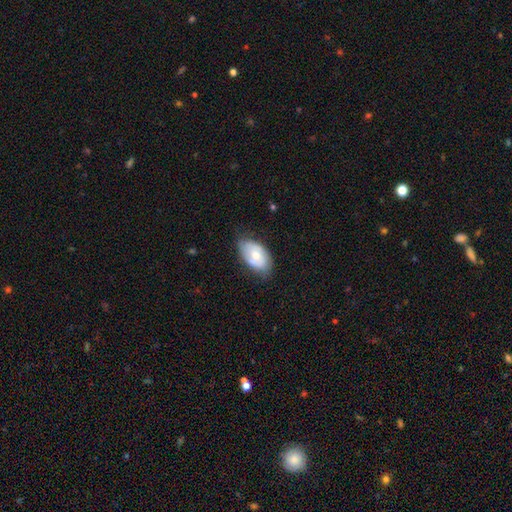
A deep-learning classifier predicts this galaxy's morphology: Smooth or featured: smooth — 57% (featured or disk — 37%)
How rounded: in between — 93% (round — 5%)
Merging: none — 67% (minor disturbance — 27%)